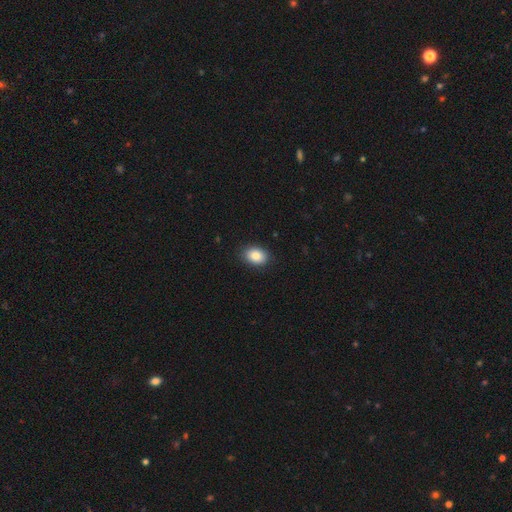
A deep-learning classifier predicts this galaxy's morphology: smooth-or-featured: smooth: 87% | star or artifact: 8% | featured or disk: 6%
  how-rounded: in between: 77% | round: 22% | cigar-shaped: 1%
  merging: none: 89% | minor disturbance: 8% | major disturbance: 2% | merger: 1%